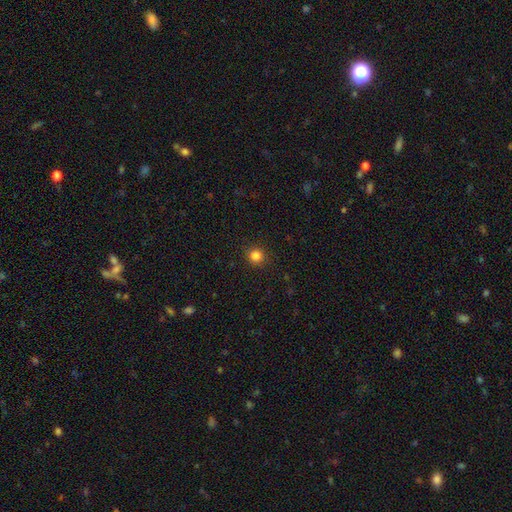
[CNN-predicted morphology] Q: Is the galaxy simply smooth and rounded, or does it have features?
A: smooth — 84%.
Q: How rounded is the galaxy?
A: round — 93%.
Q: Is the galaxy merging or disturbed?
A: none — 91%.